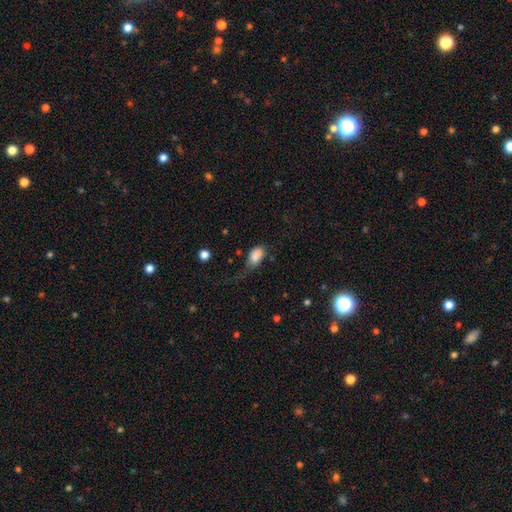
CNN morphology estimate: smooth 83%, featured or disk 8%, star or artifact 8%. Down the decision tree: how rounded — in between (89%); merging — major disturbance (38%).